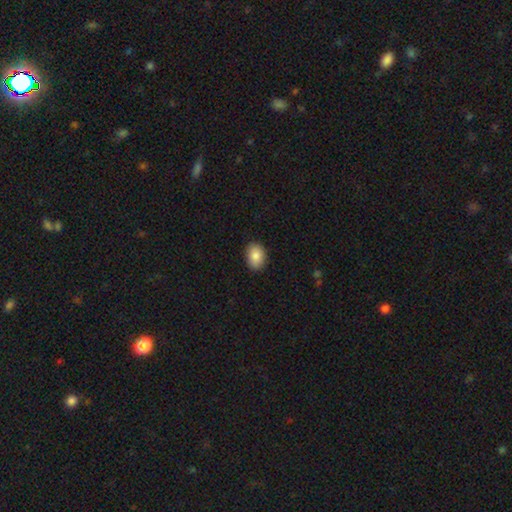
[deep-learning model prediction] This is clearly a smooth galaxy (87%). How rounded: likely in between (78%). Merging: clearly none (89%).